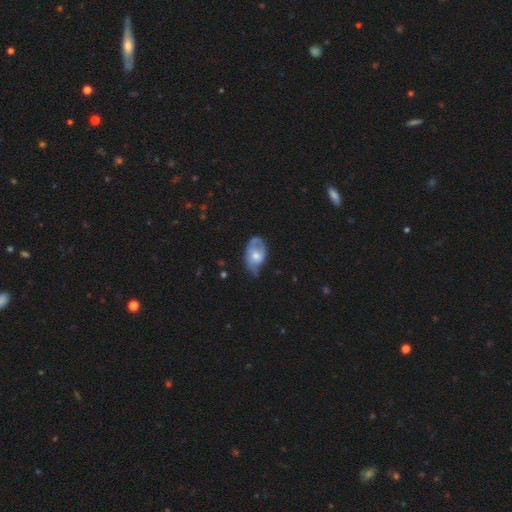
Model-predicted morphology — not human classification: The model was most divided on "smooth or featured": featured or disk: 47%, smooth: 46%, star or artifact: 6%. Remaining: merging — minor disturbance (41%).